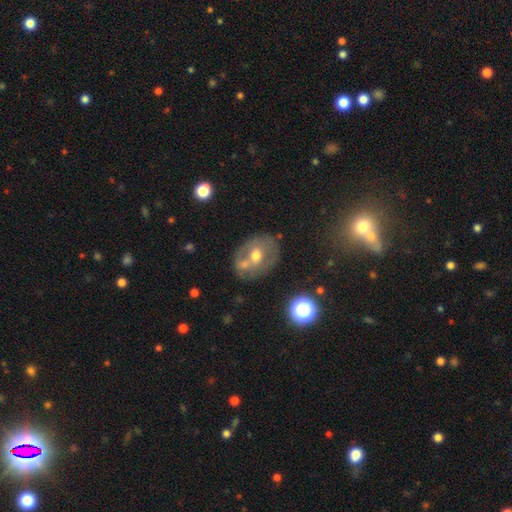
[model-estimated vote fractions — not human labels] The model was most divided on "smooth or featured": smooth: 48%, featured or disk: 42%, star or artifact: 11%. More confident: merging — none (50%).